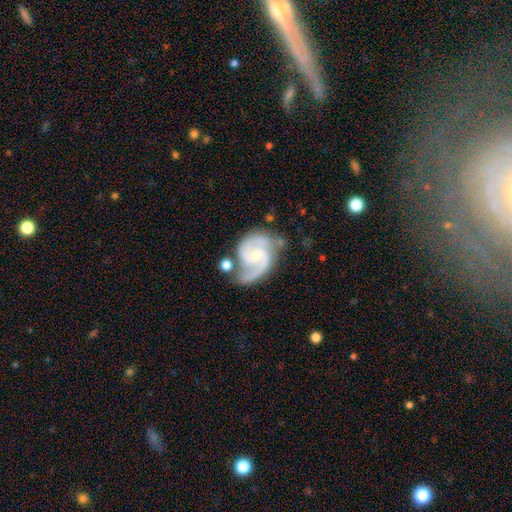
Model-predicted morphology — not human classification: This appears to be a featured or disk galaxy (91%) with no bar (48%), 2 (88%) medium (58%) spiral arms (98%) and a small central bulge (59%). Merging: none (62%).